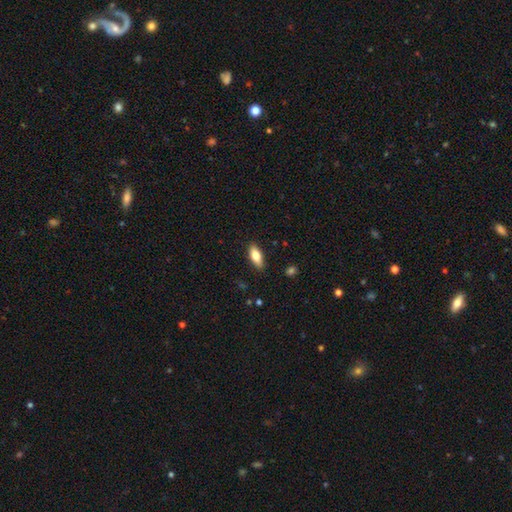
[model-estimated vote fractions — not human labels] A smooth galaxy with no disk features (75%) that is in between round and cigar-shaped (77%). Merging: none (87%).